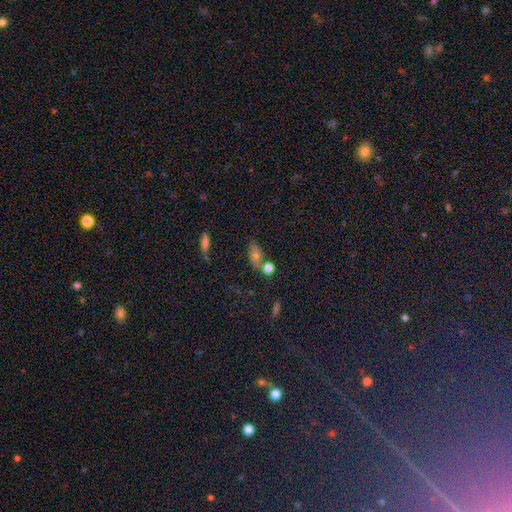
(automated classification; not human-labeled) smooth-or-featured: smooth: 60% | featured or disk: 20% | star or artifact: 20%
  how-rounded: in between: 70% | round: 20% | cigar-shaped: 10%
  merging: none: 60% | merger: 20% | minor disturbance: 15% | major disturbance: 5%